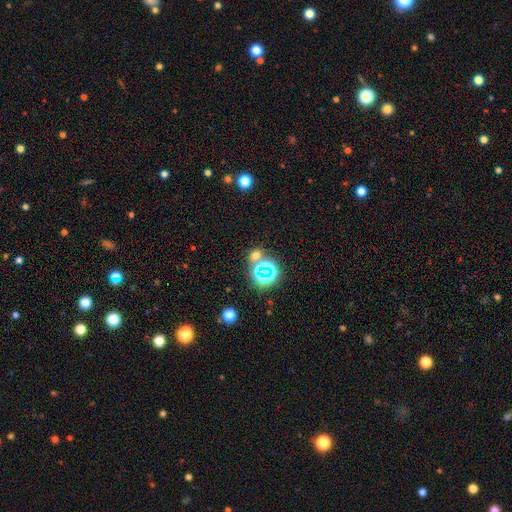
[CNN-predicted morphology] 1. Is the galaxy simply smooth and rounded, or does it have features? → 46% smooth, 45% star or artifact, 9% featured or disk.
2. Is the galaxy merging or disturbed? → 66% none, 21% merger, 8% minor disturbance, 4% major disturbance.